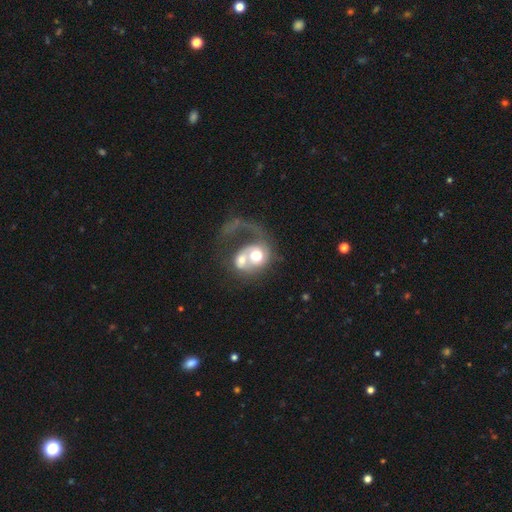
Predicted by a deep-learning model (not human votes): A featured or disk galaxy (54%) with no bar (80%), spiral arms (61%) and a moderate central bulge (42%).

Vote fractions:
- Smooth or featured? featured or disk: 54% / smooth: 38% / star or artifact: 8%
- Edge-on disk? no: 97% / yes: 3%
- Bar? no: 80% / weak: 17% / strong: 4%
- Spiral arms? yes: 61% / no: 39%
- Bulge size? moderate: 42% / large: 38% / dominant: 10% / small: 6% / none: 3%
- Merging? merger: 58% / major disturbance: 25% / none: 11% / minor disturbance: 6%